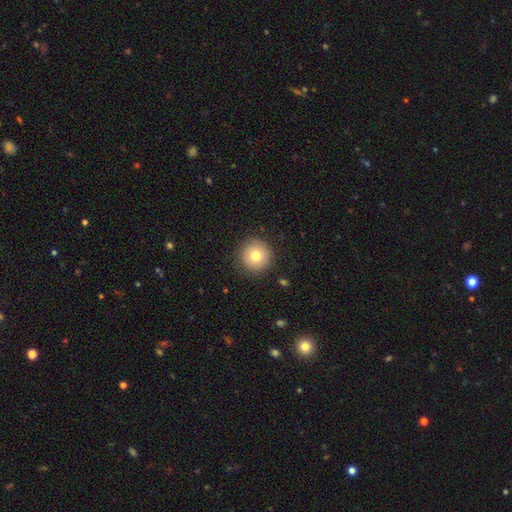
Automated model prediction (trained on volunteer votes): A smooth galaxy with no disk features (77%) that is round (95%). Merging: none (88%).